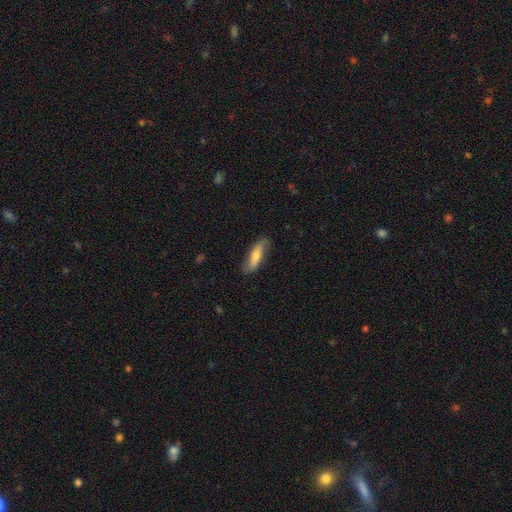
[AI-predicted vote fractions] smooth_or_featured: smooth (p=0.55) [alt: featured or disk p=0.38]
how_rounded: cigar-shaped (p=0.59) [alt: in between p=0.39]
merging: none (p=0.76) [alt: minor disturbance p=0.18]